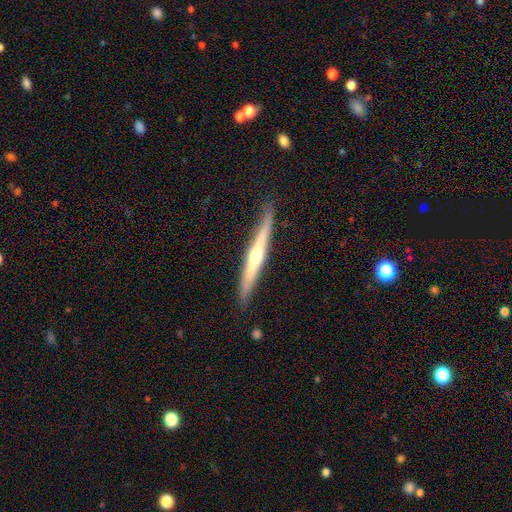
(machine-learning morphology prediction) Smooth or featured?
  - featured or disk: 71% *
  - smooth: 24%
  - star or artifact: 5%
Edge-on disk?
  - yes: 97% *
  - no: 3%
Edge-on bulge?
  - rounded: 84% *
  - none: 12%
  - boxy: 4%
Merging?
  - none: 87% *
  - minor disturbance: 10%
  - major disturbance: 2%
  - merger: 1%